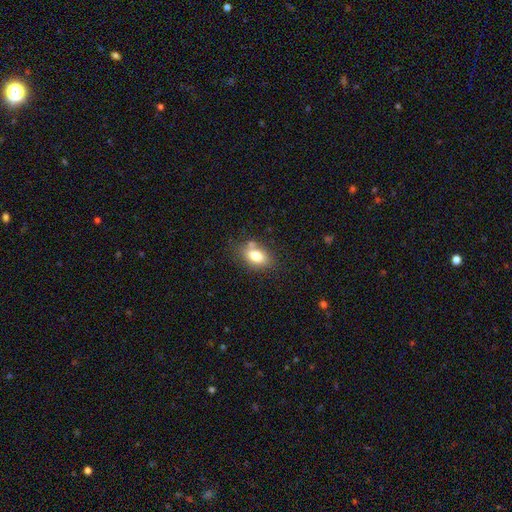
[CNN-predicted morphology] The model was most divided on "merging": none: 69%, minor disturbance: 17%, merger: 10%, major disturbance: 4%. More confident: how rounded — in between (85%); smooth or featured — smooth (79%).